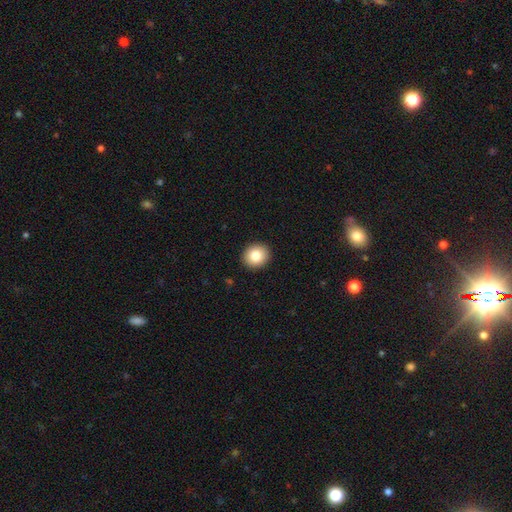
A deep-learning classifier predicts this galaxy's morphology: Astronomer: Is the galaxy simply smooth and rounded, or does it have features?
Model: smooth — 82%.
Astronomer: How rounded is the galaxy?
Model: round — 83%.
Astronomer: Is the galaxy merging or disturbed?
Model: none — 92%.